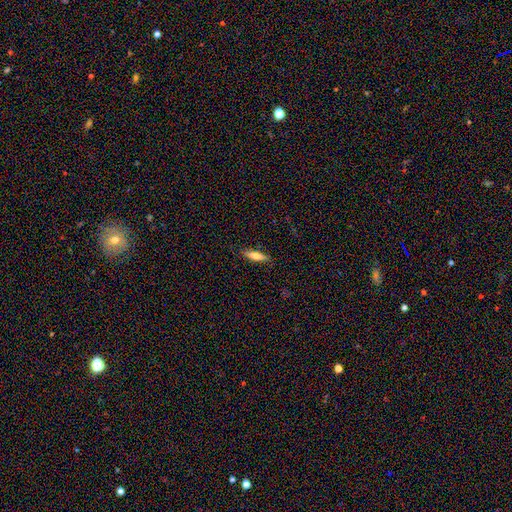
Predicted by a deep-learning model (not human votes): Smooth or featured? Predicted: smooth (p=0.69). How rounded? Predicted: cigar-shaped (p=0.62). Merging? Predicted: none (p=0.86).